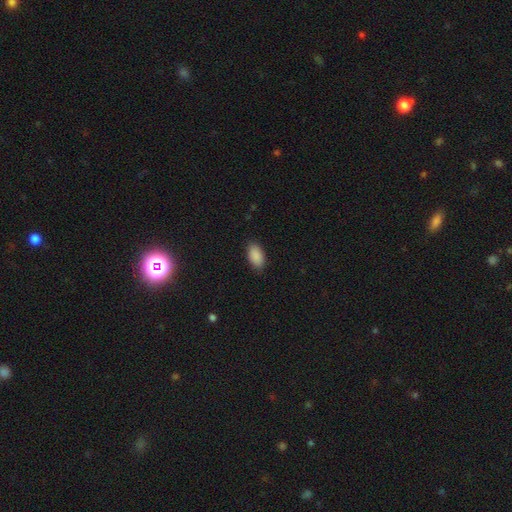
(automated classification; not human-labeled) This is clearly a smooth galaxy (90%). How rounded: clearly in between (94%). Merging: clearly none (87%).